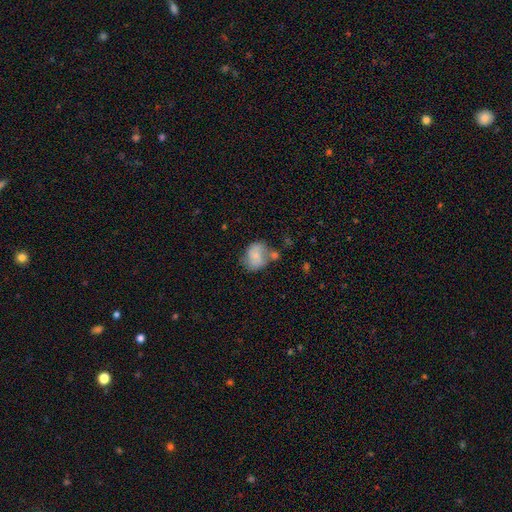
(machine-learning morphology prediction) Q: Smooth or featured?
A: smooth (59%); runner-up: featured or disk (33%)
Q: How rounded?
A: round (52%); runner-up: in between (47%)
Q: Merging?
A: none (46%); runner-up: minor disturbance (24%)